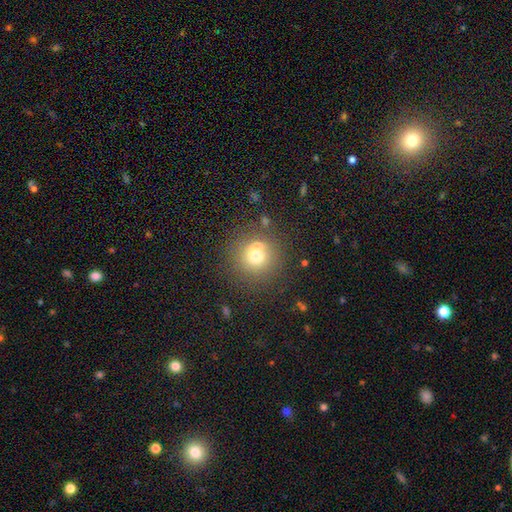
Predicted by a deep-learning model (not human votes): smooth 70%, featured or disk 16%, star or artifact 15%. Down the decision tree: how rounded — round (93%); merging — none (68%).